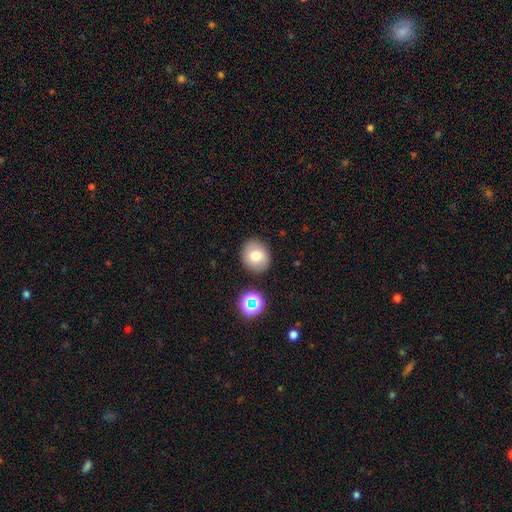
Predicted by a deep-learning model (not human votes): This appears to be a smooth galaxy with no disk features (75%) that is round (79%). Merging: none (86%).